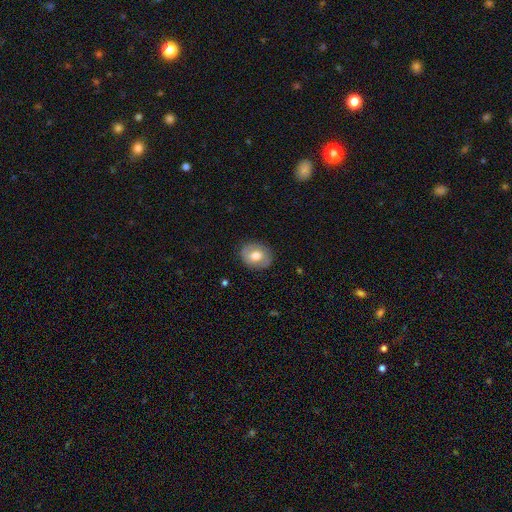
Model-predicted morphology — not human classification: smooth_or_featured: smooth (p=0.66) [alt: featured or disk p=0.26]
how_rounded: round (p=0.55) [alt: in between p=0.44]
merging: none (p=0.85) [alt: minor disturbance p=0.11]